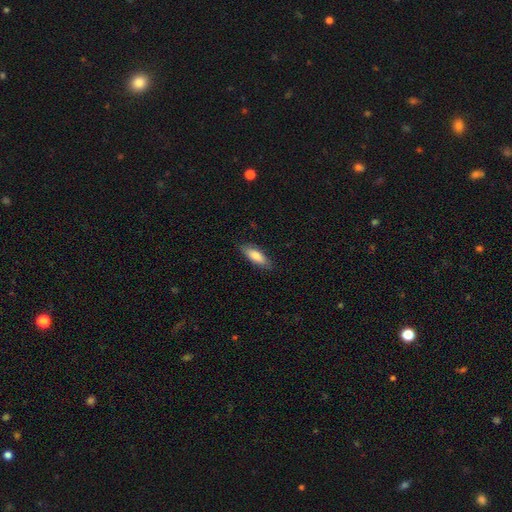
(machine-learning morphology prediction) smooth-or-featured: smooth: 80% | featured or disk: 14% | star or artifact: 6%
  how-rounded: in between: 63% | cigar-shaped: 35% | round: 2%
  merging: none: 85% | minor disturbance: 12% | major disturbance: 2% | merger: 1%